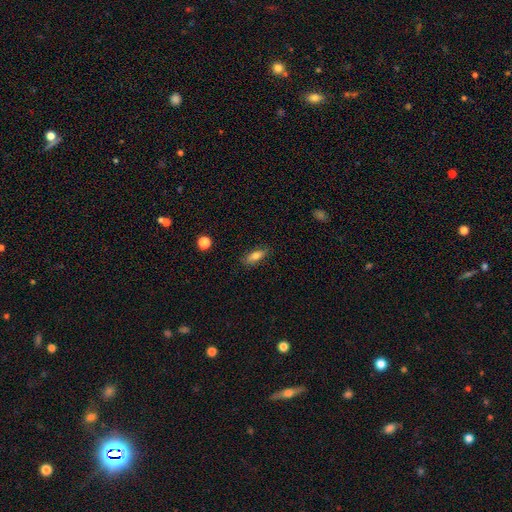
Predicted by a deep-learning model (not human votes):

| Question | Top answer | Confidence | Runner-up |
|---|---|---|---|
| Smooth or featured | smooth | 72% | featured or disk (20%) |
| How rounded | in between | 68% | cigar-shaped (29%) |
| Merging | none | 84% | minor disturbance (13%) |